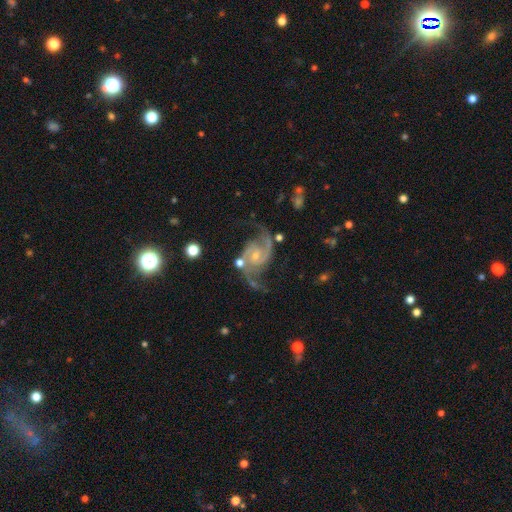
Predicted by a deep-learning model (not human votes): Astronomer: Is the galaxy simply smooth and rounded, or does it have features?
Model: featured or disk — 92%.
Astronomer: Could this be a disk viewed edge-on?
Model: no — 98%.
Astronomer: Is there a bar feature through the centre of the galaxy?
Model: no — 57% (runner-up: weak, 34%).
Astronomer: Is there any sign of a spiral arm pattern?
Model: yes — 98%.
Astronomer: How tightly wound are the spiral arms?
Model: medium — 57%.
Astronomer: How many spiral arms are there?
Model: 2 — 91%.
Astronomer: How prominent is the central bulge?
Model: small — 66%.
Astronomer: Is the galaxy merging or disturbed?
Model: none — 65%.